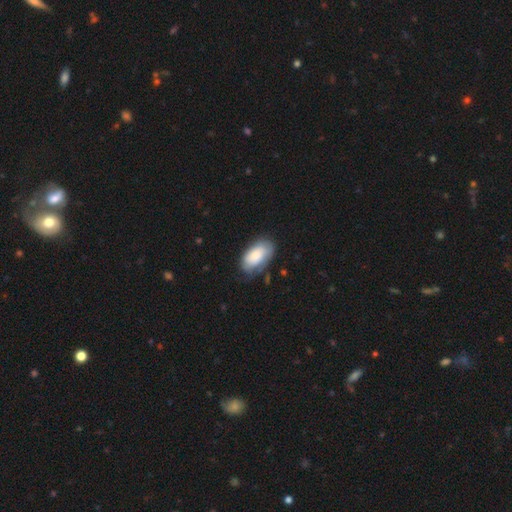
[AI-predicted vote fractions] This appears to be a smooth galaxy with no disk features (77%) that is in between round and cigar-shaped (95%). Merging: none (64%).